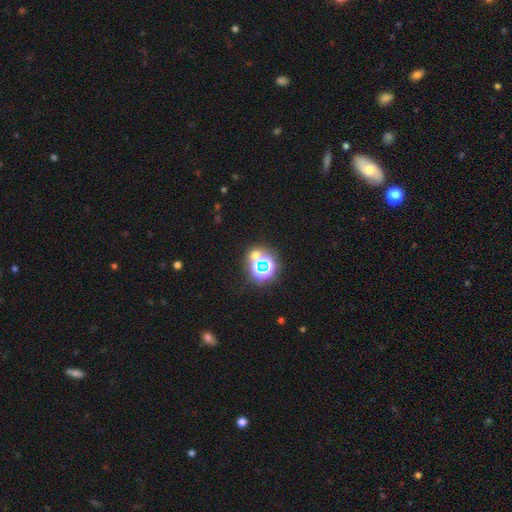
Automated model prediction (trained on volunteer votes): This is possibly a star or artifact rather than a galaxy (58%).